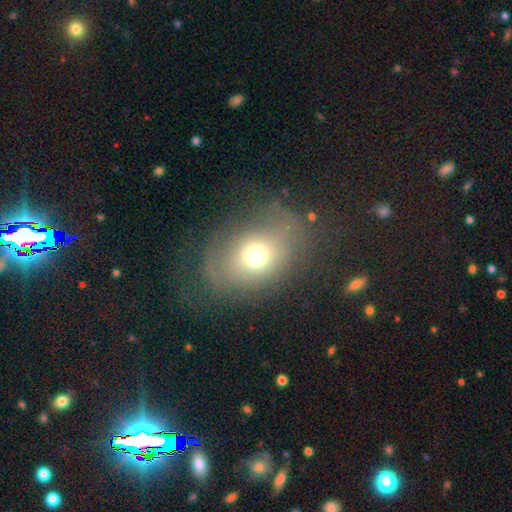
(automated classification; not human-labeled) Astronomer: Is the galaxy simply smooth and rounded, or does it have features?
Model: smooth — 60%.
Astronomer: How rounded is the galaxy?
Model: in between — 54% (runner-up: round, 44%).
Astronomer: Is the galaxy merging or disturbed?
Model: none — 61%.